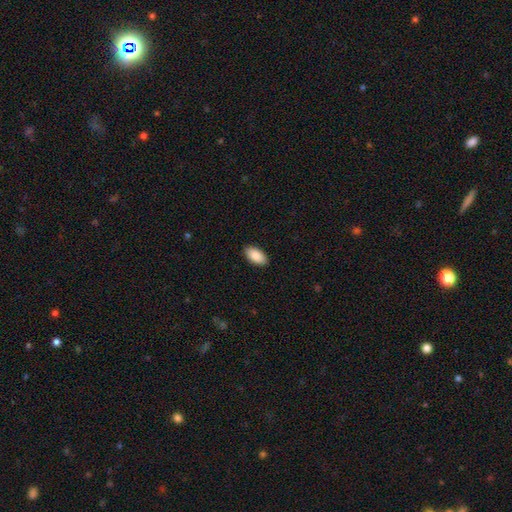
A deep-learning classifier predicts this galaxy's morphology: The model was most divided on "merging": none: 90%, minor disturbance: 7%, major disturbance: 2%, merger: 1%. More confident: how rounded — in between (95%); smooth or featured — smooth (89%).